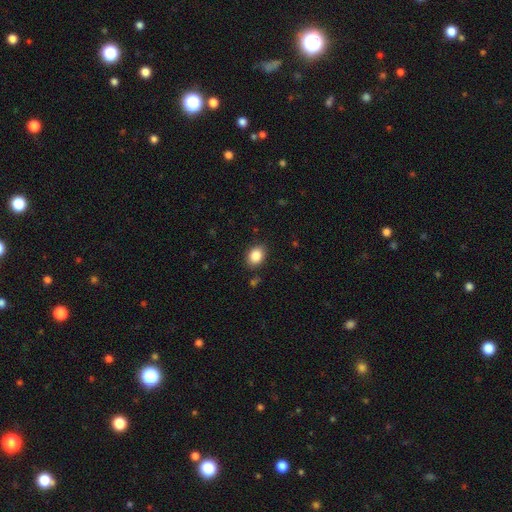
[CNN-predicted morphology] Smooth or featured?
  - smooth: 87% *
  - star or artifact: 8%
  - featured or disk: 5%
How rounded?
  - in between: 65% *
  - round: 35%
  - cigar-shaped: 1%
Merging?
  - none: 86% *
  - minor disturbance: 10%
  - major disturbance: 3%
  - merger: 2%